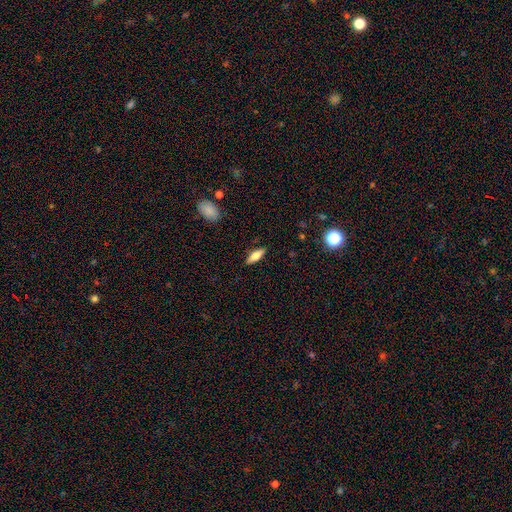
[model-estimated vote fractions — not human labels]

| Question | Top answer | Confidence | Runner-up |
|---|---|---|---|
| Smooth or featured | smooth | 68% | featured or disk (24%) |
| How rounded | in between | 61% | cigar-shaped (36%) |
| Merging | none | 87% | minor disturbance (9%) |